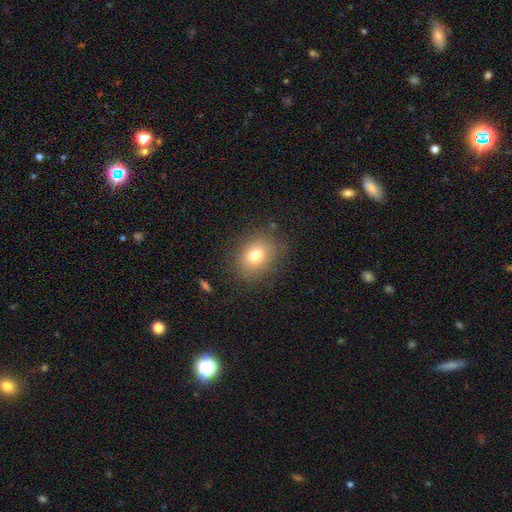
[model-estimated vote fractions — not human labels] Overall: smooth (75%). How rounded: round (54%; in between 45%). Merging: none (82%).